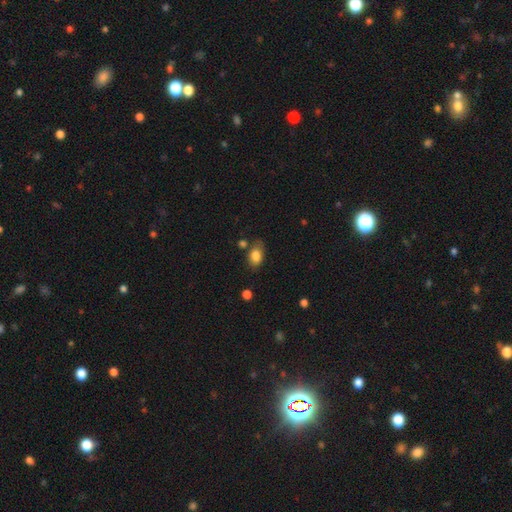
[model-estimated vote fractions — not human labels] Smooth or featured: smooth — 83% (star or artifact — 9%)
How rounded: in between — 84% (round — 15%)
Merging: none — 68% (minor disturbance — 20%)